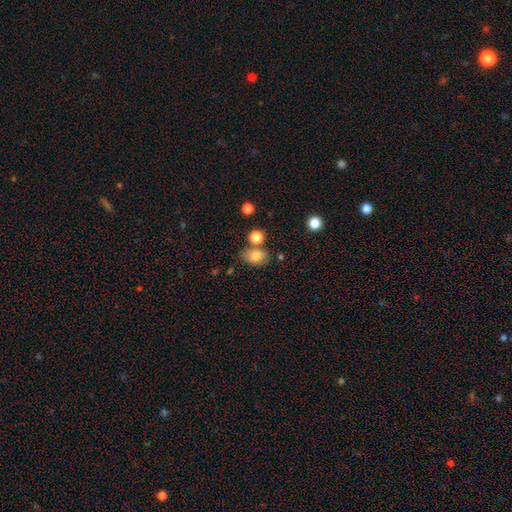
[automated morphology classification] type=smooth (81%); roundness=in between (73%); merging=none (66%).